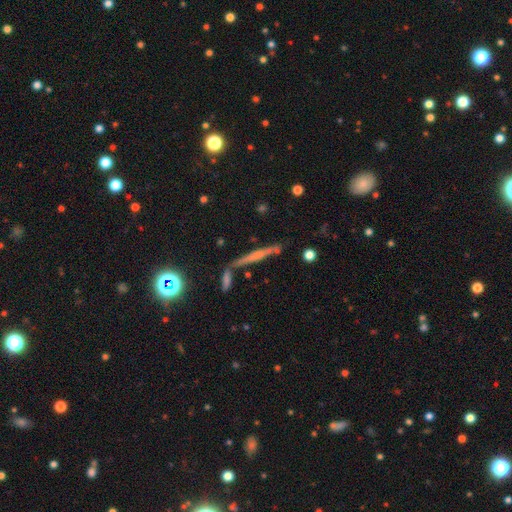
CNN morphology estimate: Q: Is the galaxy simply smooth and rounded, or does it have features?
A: featured or disk — 44%.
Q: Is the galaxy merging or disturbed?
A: none — 69%.